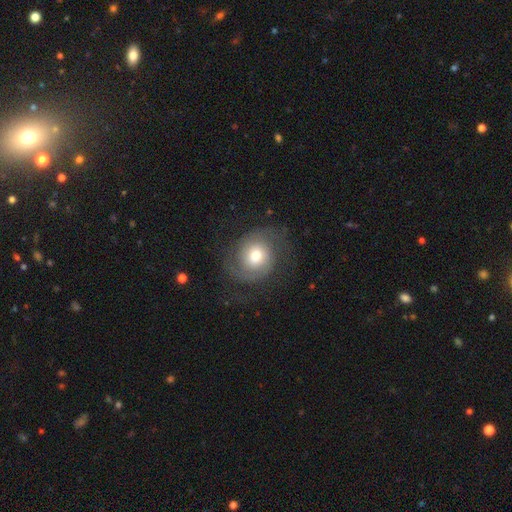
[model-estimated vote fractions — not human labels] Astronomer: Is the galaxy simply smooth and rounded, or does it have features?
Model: featured or disk — 66%.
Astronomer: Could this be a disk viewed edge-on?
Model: no — 98%.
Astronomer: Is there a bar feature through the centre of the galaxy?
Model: no — 72%.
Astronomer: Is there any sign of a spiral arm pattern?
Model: yes — 90%.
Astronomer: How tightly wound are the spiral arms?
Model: medium — 44% (runner-up: tight, 35%).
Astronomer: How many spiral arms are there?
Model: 2 — 83%.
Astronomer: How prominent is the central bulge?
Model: moderate — 63%.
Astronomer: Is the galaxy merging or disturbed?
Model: none — 69%.